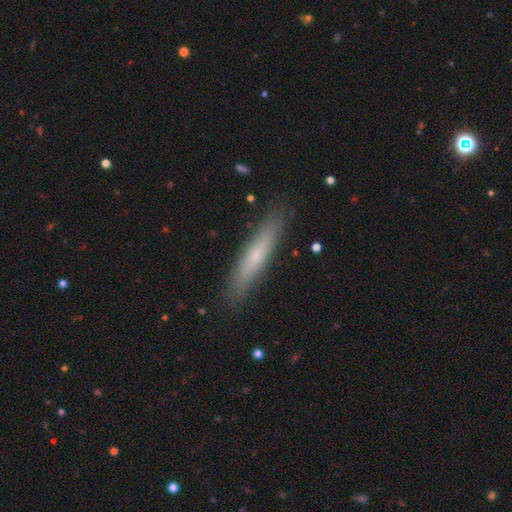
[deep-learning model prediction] Q: Smooth or featured?
A: smooth (60%); runner-up: featured or disk (33%)
Q: How rounded?
A: cigar-shaped (90%); runner-up: in between (8%)
Q: Merging?
A: none (89%); runner-up: minor disturbance (8%)